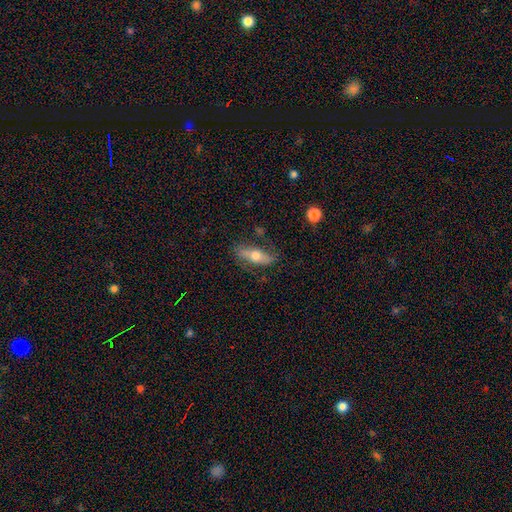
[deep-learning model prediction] This appears to be a smooth galaxy with no disk features (55%) that is in between round and cigar-shaped (59%). Merging: none (74%).